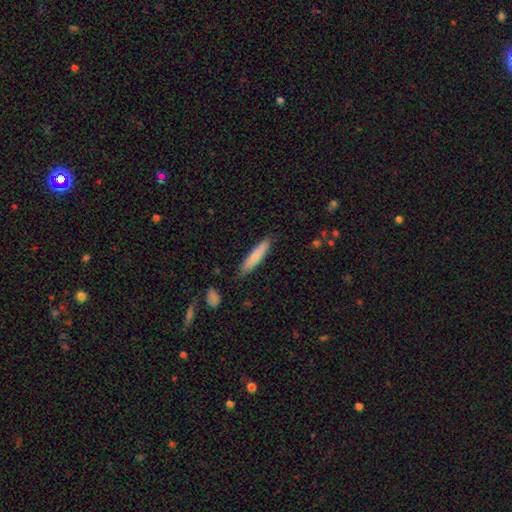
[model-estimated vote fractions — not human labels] A smooth galaxy with no disk features (77%) that is cigar-shaped (87%).

Vote fractions:
- Smooth or featured? smooth: 77% / featured or disk: 17% / star or artifact: 6%
- How rounded? cigar-shaped: 87% / in between: 12% / round: 1%
- Merging? none: 85% / minor disturbance: 11% / major disturbance: 2% / merger: 2%